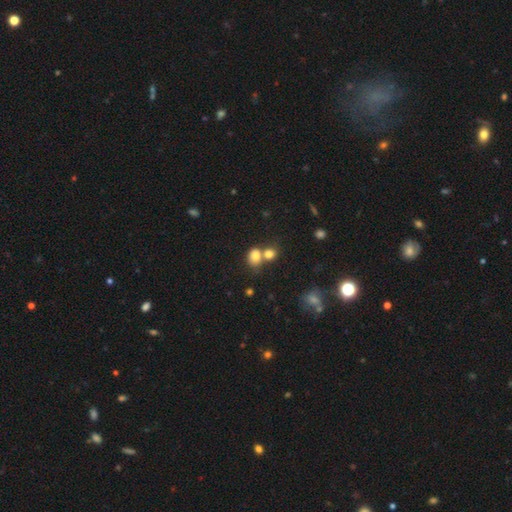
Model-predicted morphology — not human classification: Smooth or featured? smooth (80%)
How rounded? in between (52%)
Merging? merger (48%)